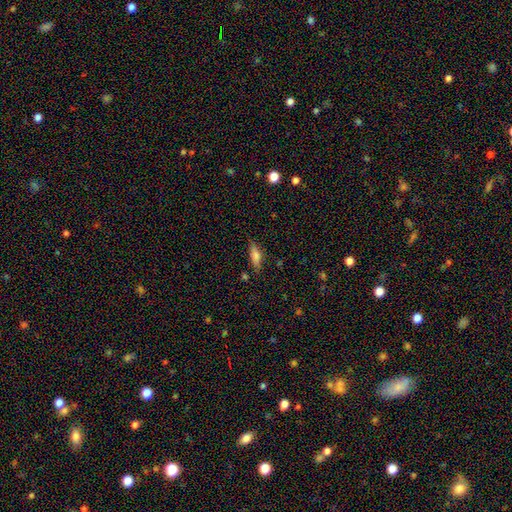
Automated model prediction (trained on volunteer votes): smooth-or-featured: smooth: 66% | featured or disk: 25% | star or artifact: 9%
  how-rounded: in between: 50% | cigar-shaped: 47% | round: 3%
  merging: none: 78% | minor disturbance: 15% | major disturbance: 4% | merger: 3%